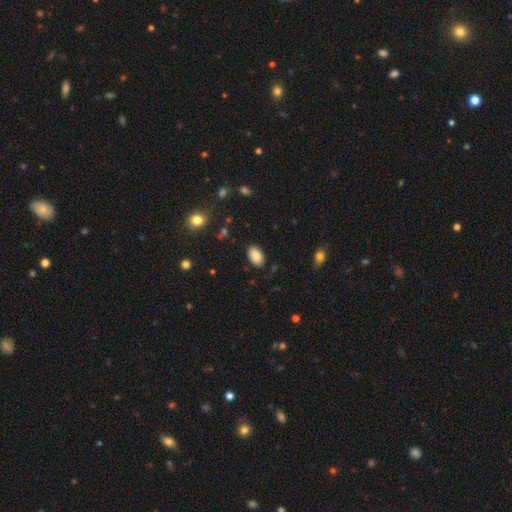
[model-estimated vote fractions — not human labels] Morphology: type=smooth (88%); roundness=in between (91%); merging=none (86%).